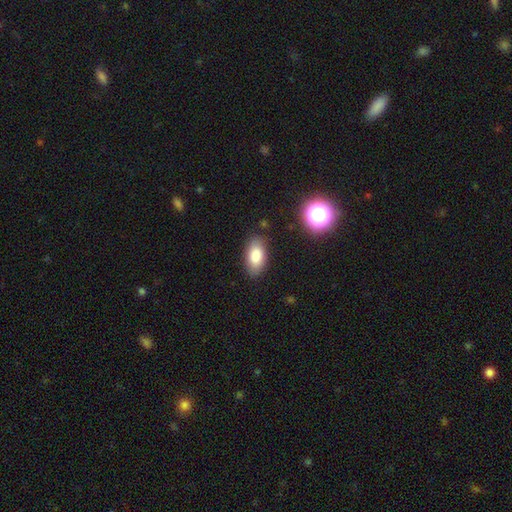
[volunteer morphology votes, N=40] Smooth or featured? smooth (90%)
How rounded? in between (72%)
Merging? none (82%)